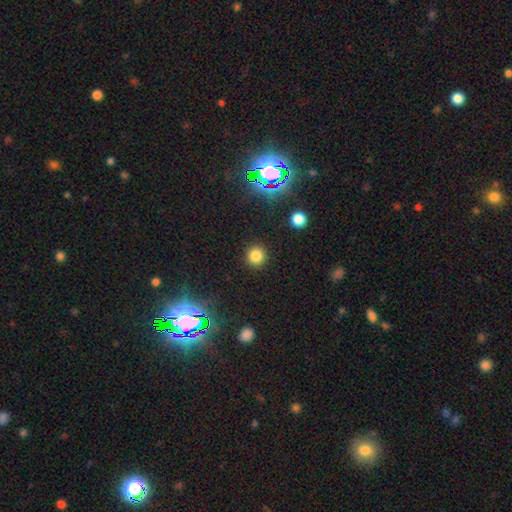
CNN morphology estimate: Smooth or featured? Predicted: smooth (p=0.80). How rounded? Predicted: round (p=0.93). Merging? Predicted: none (p=0.91).